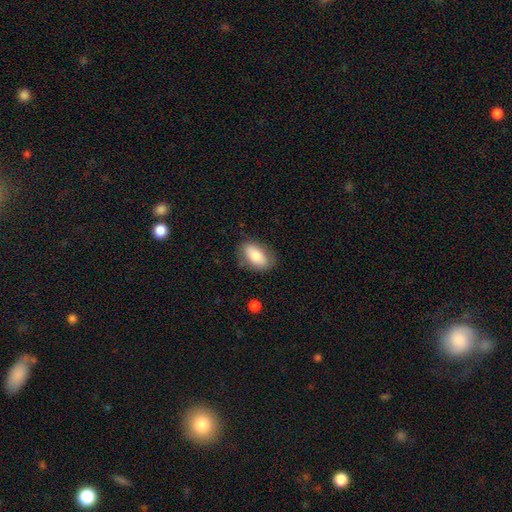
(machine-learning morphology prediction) Smooth or featured?
  - smooth: 78% *
  - featured or disk: 16%
  - star or artifact: 7%
How rounded?
  - in between: 92% *
  - round: 5%
  - cigar-shaped: 3%
Merging?
  - none: 77% *
  - minor disturbance: 16%
  - major disturbance: 5%
  - merger: 2%